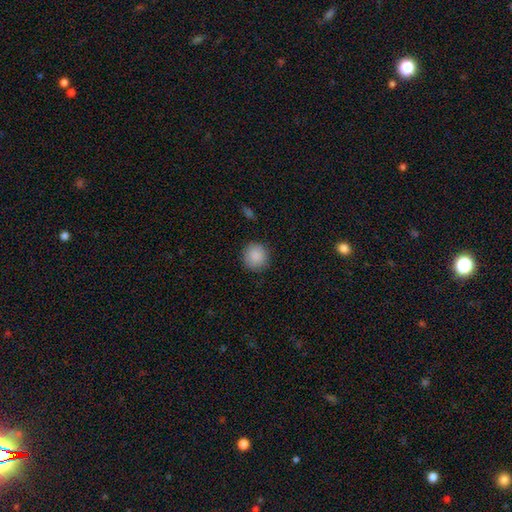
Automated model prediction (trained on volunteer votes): This is clearly a smooth galaxy (89%). How rounded: clearly round (93%). Merging: clearly none (90%).